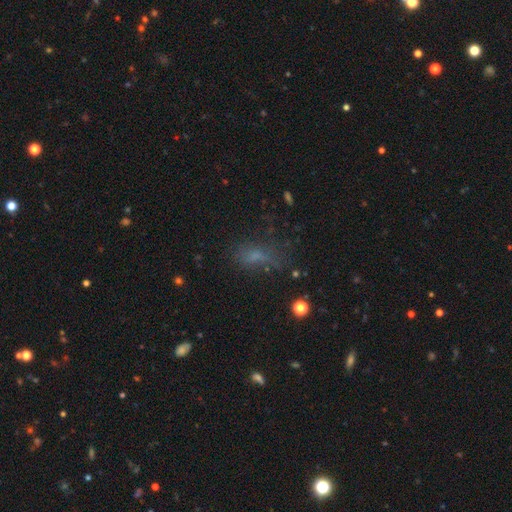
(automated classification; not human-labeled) Morphology: type=smooth (57%); roundness=in between (72%); merging=none (51%).